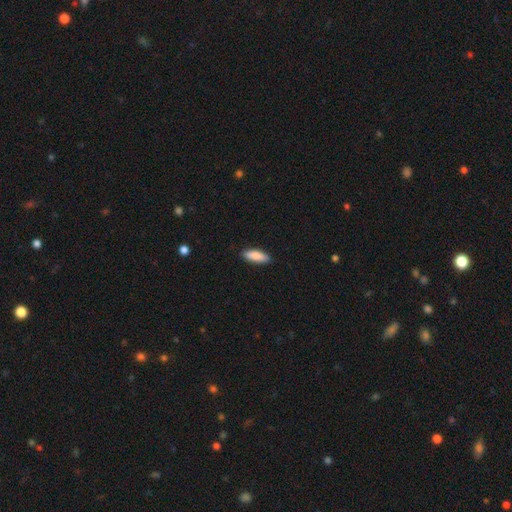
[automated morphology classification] type=smooth (87%); roundness=in between (62%); merging=none (88%).